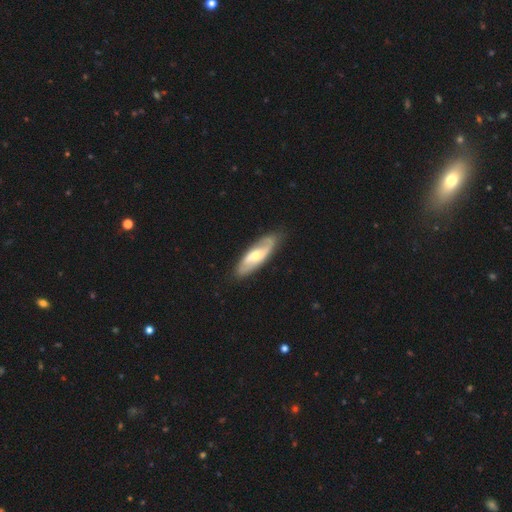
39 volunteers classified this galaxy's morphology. Smooth or featured? featured or disk (56%)
Edge-on disk? no (73%)
Bar? weak (62%)
Spiral arms? yes (75%)
Spiral winding? medium (67%)
Spiral arm count? 2 (92%)
Bulge size? small (50%)
Merging? none (74%)